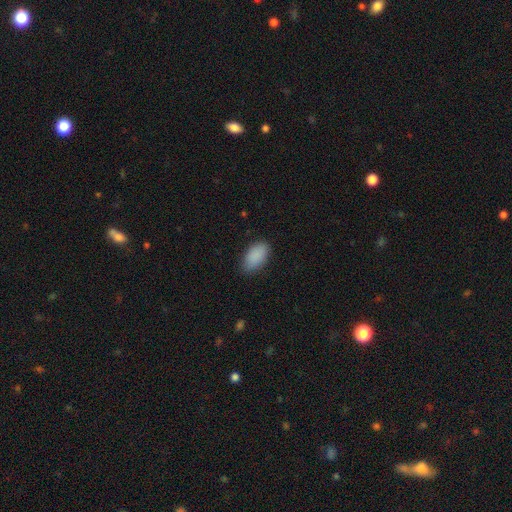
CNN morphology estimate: This appears to be a smooth galaxy with no disk features (90%) that is in between round and cigar-shaped (94%). Merging: none (82%).